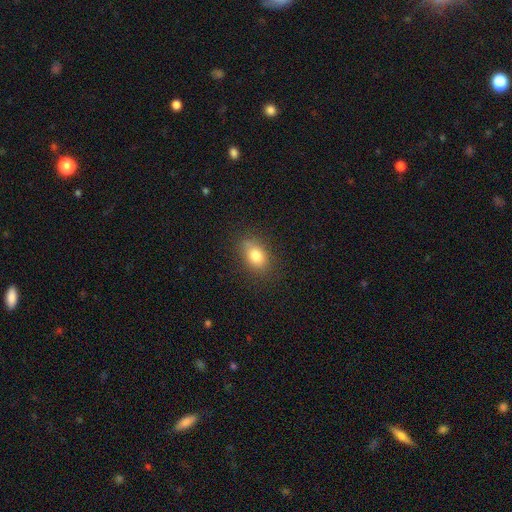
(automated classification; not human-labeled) smooth 80%, featured or disk 10%, star or artifact 10%. Down the decision tree: how rounded — in between (81%); merging — none (76%).